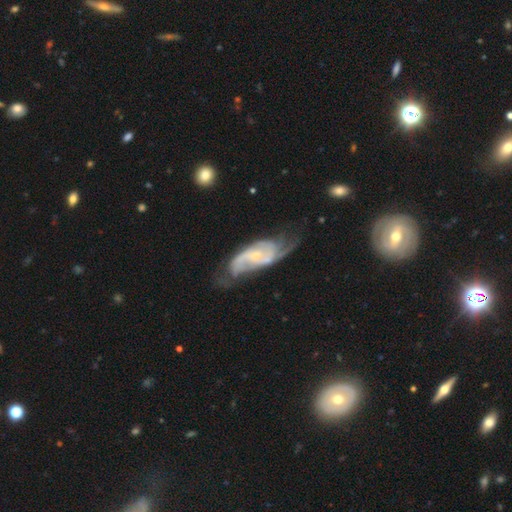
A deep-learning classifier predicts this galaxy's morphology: smooth-or-featured: featured or disk: 84% | smooth: 10% | star or artifact: 6%
  disk-edge-on: no: 93% | yes: 7%
    bar: no: 61% | weak: 30% | strong: 9%
    has-spiral-arms: yes: 94% | no: 6%
      spiral-winding: medium: 44% | tight: 33% | loose: 22%
      spiral-arm-count: 2: 59% | can't tell: 20% | 3: 12% | 1: 3% | 4: 3% | more than 4: 3%
    bulge-size: small: 71% | moderate: 25% | none: 2% | large: 1% | dominant: 1%
  merging: none: 51% | minor disturbance: 29% | major disturbance: 17% | merger: 4%